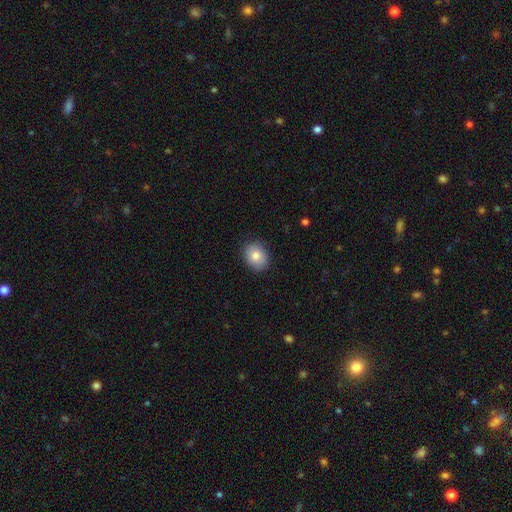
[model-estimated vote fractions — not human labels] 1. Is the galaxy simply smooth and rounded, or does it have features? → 81% smooth, 11% featured or disk, 8% star or artifact.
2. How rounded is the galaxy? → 50% round, 49% in between, 1% cigar-shaped.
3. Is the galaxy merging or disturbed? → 86% none, 11% minor disturbance, 2% major disturbance, 1% merger.